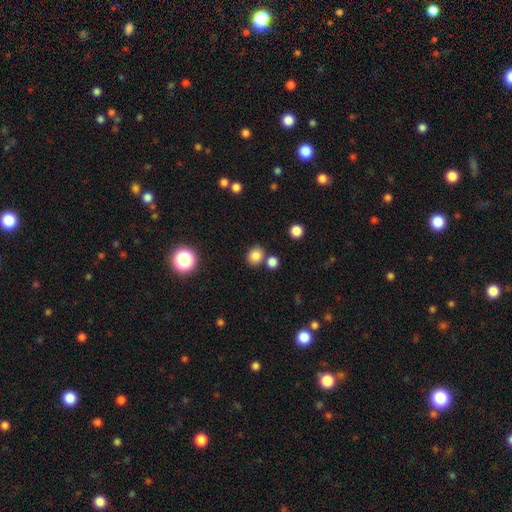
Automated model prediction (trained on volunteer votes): The model was most divided on "how rounded": round: 70%, in between: 29%, cigar-shaped: 1%. More confident: smooth or featured — smooth (82%); merging — none (73%).